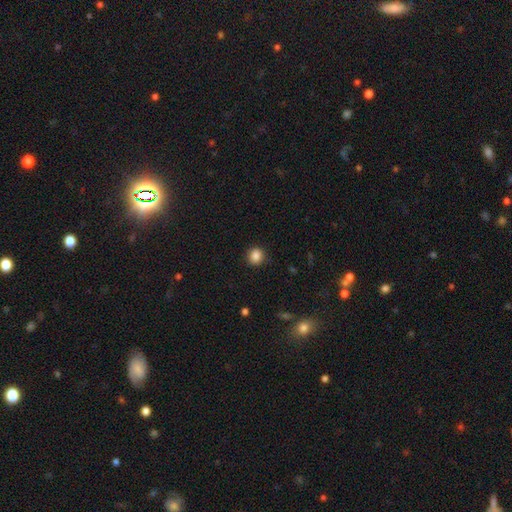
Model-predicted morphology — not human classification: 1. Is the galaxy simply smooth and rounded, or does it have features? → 86% smooth, 10% star or artifact, 4% featured or disk.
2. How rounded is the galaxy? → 88% round, 11% in between, 1% cigar-shaped.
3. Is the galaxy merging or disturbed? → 89% none, 8% minor disturbance, 2% major disturbance, 1% merger.